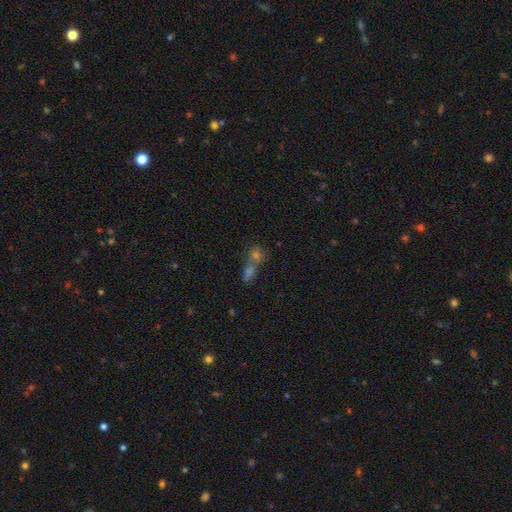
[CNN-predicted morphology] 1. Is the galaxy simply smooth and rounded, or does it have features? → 59% smooth, 25% star or artifact, 16% featured or disk.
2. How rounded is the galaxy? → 58% round, 36% in between, 6% cigar-shaped.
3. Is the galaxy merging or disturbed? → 57% merger, 32% none, 6% minor disturbance, 4% major disturbance.